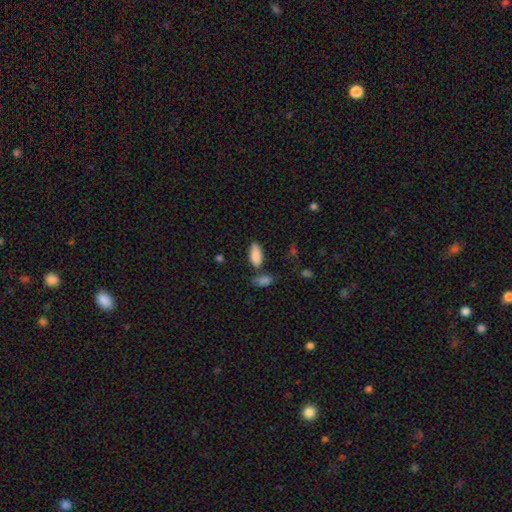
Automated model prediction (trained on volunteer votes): smooth 87%, star or artifact 7%, featured or disk 6%. Down the decision tree: how rounded — in between (87%); merging — none (67%).